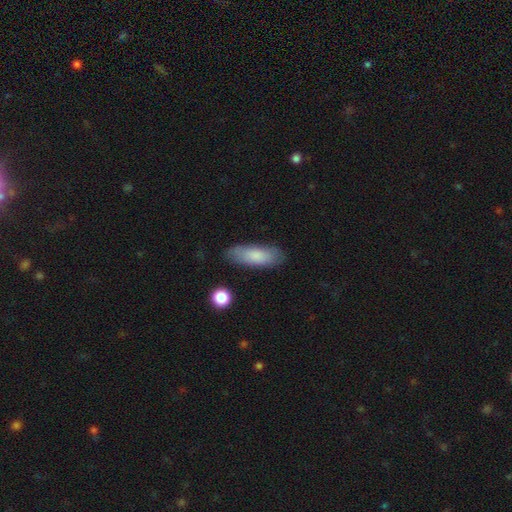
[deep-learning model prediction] Smooth or featured: smooth — 81% (featured or disk — 12%)
How rounded: in between — 68% (cigar-shaped — 30%)
Merging: none — 79% (minor disturbance — 15%)